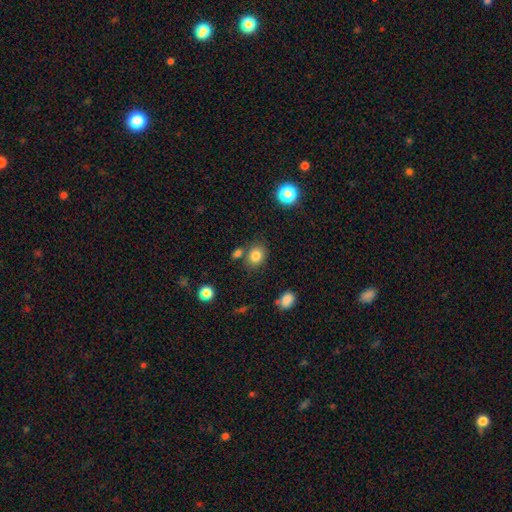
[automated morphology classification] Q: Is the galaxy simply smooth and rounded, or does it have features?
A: smooth — 82%.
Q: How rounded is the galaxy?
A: round — 60%.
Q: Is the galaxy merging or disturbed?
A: none — 72%.